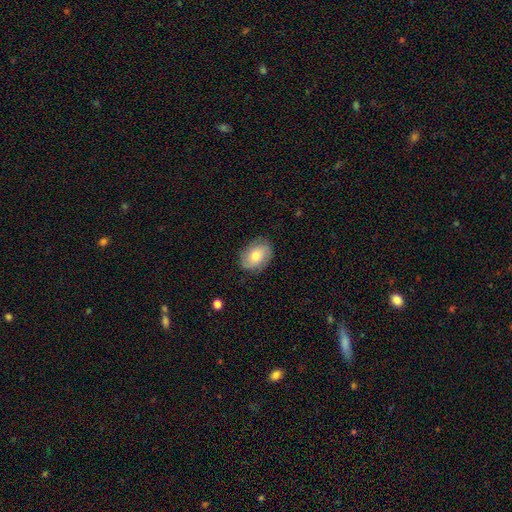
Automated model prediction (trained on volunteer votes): Smooth or featured? Predicted: smooth (p=0.65). How rounded? Predicted: in between (p=0.70). Merging? Predicted: none (p=0.80).